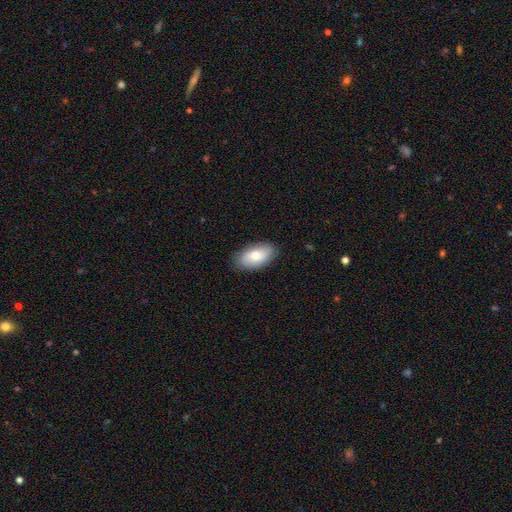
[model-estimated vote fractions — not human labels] smooth 77%, featured or disk 17%, star or artifact 6%. Down the decision tree: how rounded — in between (94%); merging — none (86%).